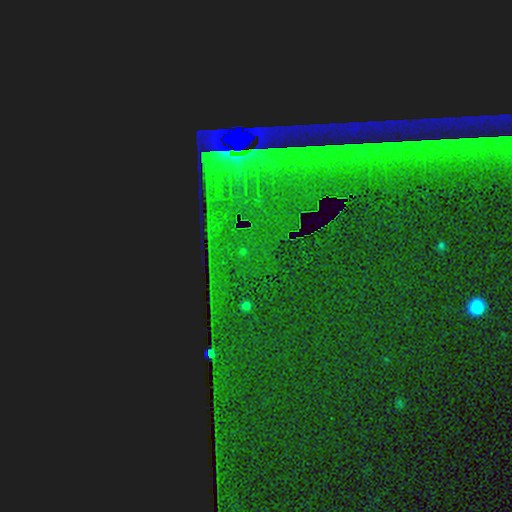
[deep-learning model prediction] star or artifact 89%, featured or disk 6%, smooth 5%.